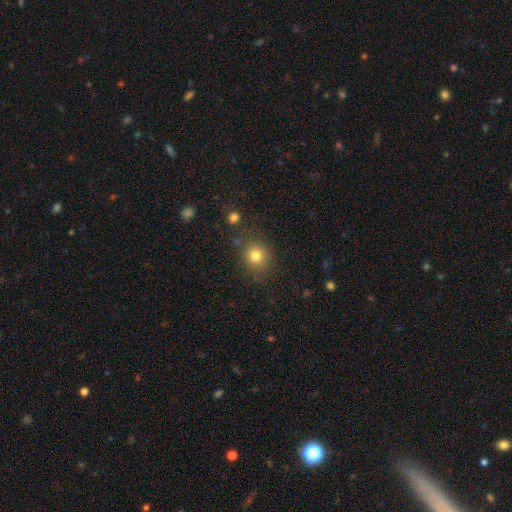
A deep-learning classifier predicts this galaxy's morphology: The model was most divided on "how rounded": round: 78%, in between: 21%, cigar-shaped: 1%. More confident: smooth or featured — smooth (81%); merging — none (79%).